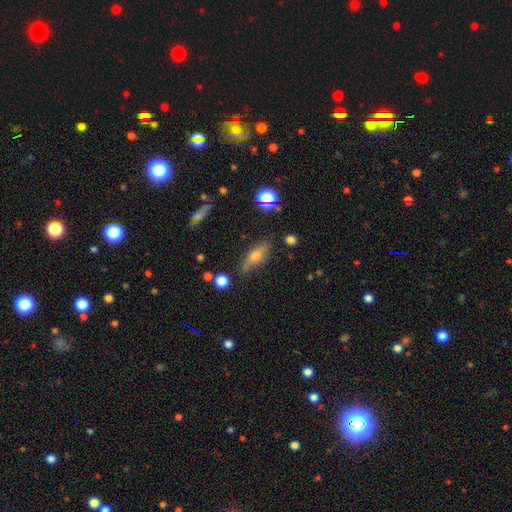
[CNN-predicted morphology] smooth_or_featured: smooth (p=0.52) [alt: featured or disk p=0.37]
how_rounded: in between (p=0.59) [alt: cigar-shaped p=0.35]
merging: none (p=0.75) [alt: minor disturbance p=0.17]